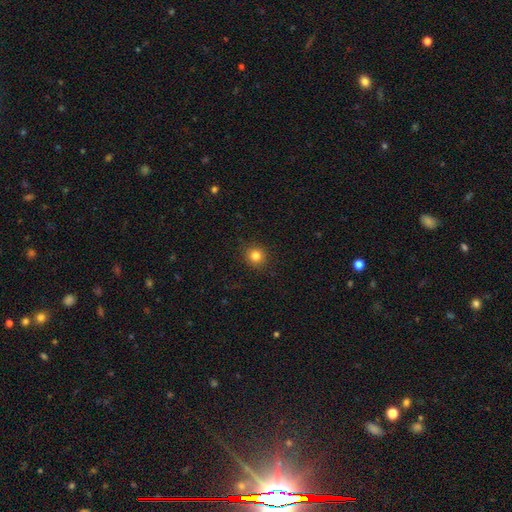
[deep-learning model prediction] Morphology: type=smooth (82%); roundness=round (91%); merging=none (91%).